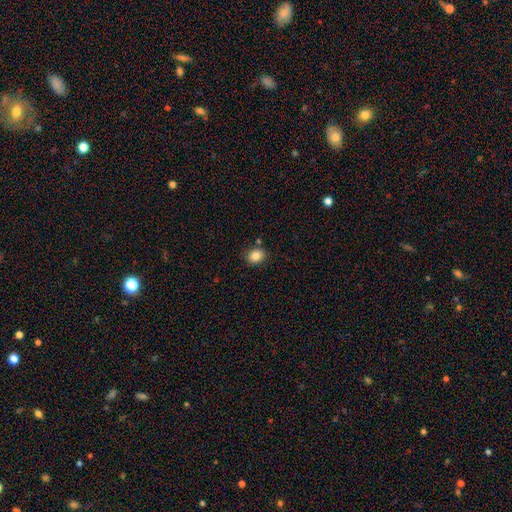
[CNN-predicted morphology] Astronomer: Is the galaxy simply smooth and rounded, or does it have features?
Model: smooth — 84%.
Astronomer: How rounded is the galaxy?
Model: round — 66%.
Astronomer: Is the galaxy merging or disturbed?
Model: none — 83%.